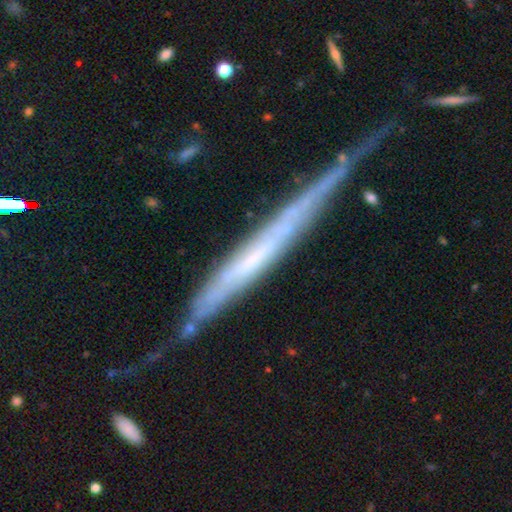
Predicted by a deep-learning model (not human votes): Overall: featured or disk (72%). Edge-on disk: yes (88%). Edge-on bulge: none (79%). Merging: none (52%; minor disturbance 31%).